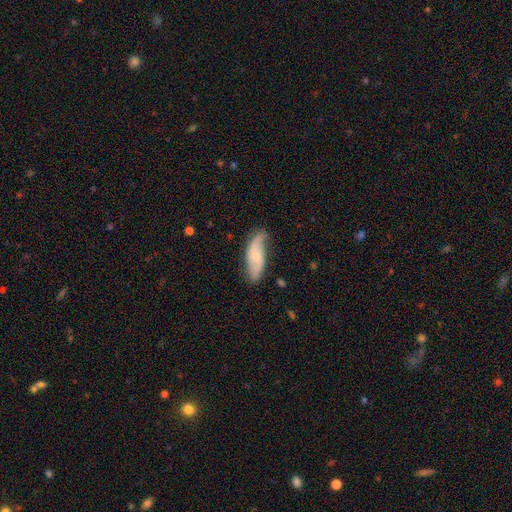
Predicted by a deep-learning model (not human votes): Overall: featured or disk (62%; smooth 32%). Edge-on disk: no (88%). Bar: no (67%). Spiral arms: yes (88%). Bulge size: small (67%; moderate 27%). Merging: none (65%; minor disturbance 26%).